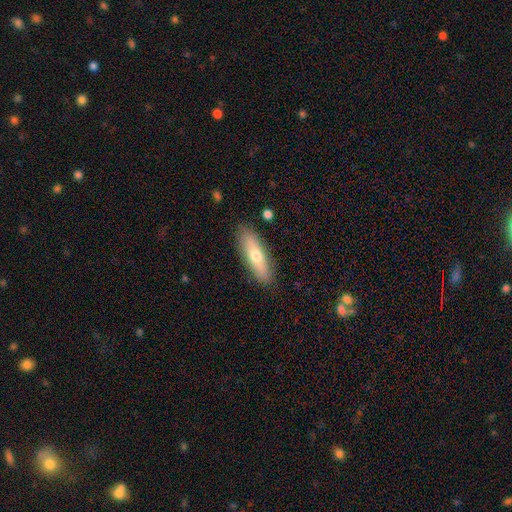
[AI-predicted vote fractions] Smooth or featured: smooth — 62% (featured or disk — 32%)
How rounded: cigar-shaped — 54% (in between — 44%)
Merging: none — 87% (minor disturbance — 10%)